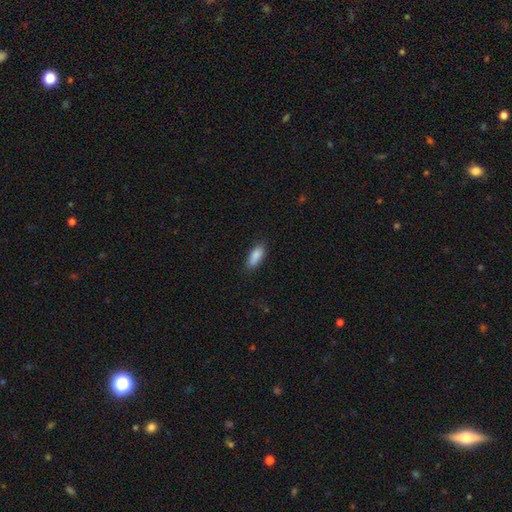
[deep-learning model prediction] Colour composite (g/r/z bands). It shows a smooth galaxy with no disk features (87%) that is in between round and cigar-shaped (73%). Merging: none (81%).